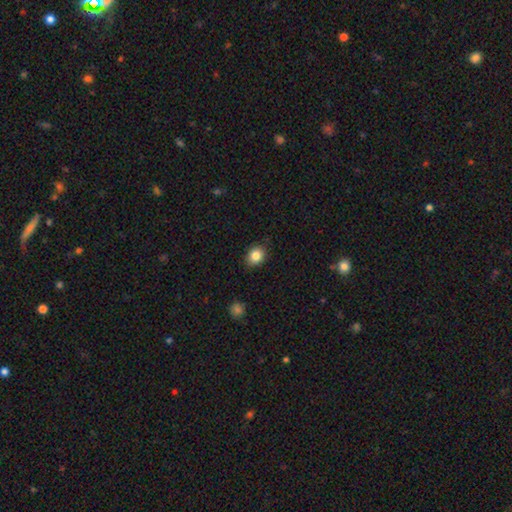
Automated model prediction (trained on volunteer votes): smooth-or-featured: smooth: 85% | star or artifact: 10% | featured or disk: 6%
  how-rounded: round: 54% | in between: 45% | cigar-shaped: 1%
  merging: none: 87% | minor disturbance: 10% | major disturbance: 2% | merger: 1%